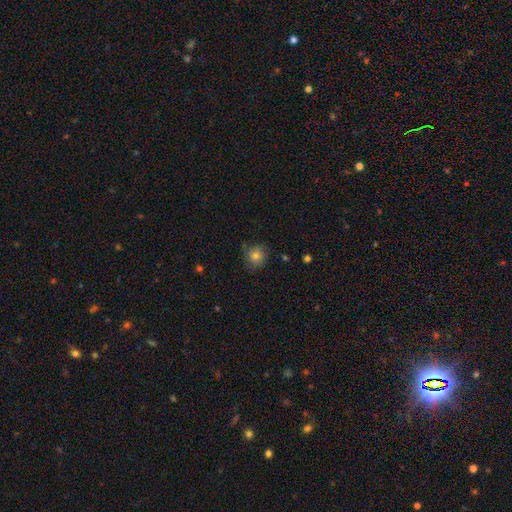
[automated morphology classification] Smooth or featured? smooth (77%)
How rounded? round (87%)
Merging? none (74%)